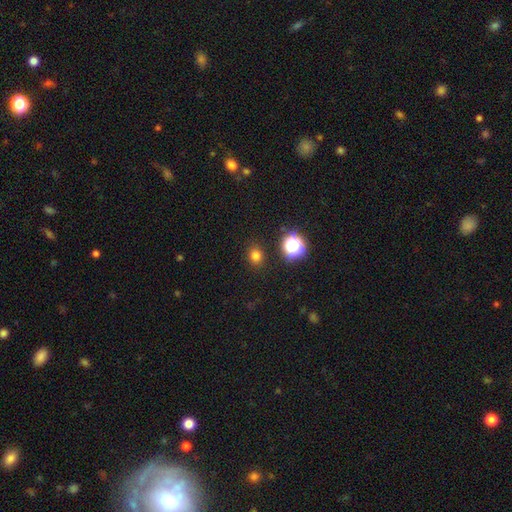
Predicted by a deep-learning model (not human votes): This is likely a smooth galaxy (77%). How rounded: likely round (70%). Merging: clearly none (89%).